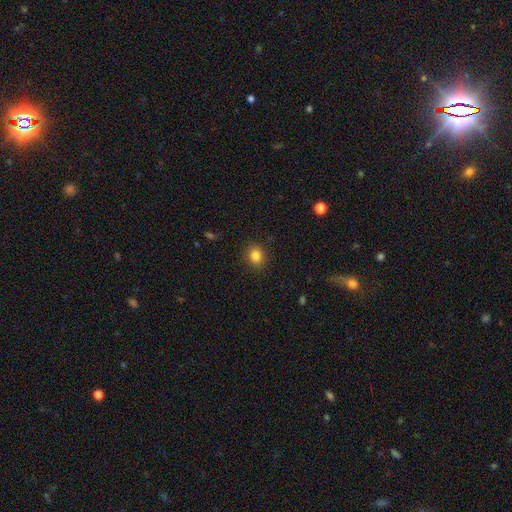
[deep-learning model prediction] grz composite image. It shows a smooth galaxy with no disk features (83%) that is round (75%). Merging: none (89%).